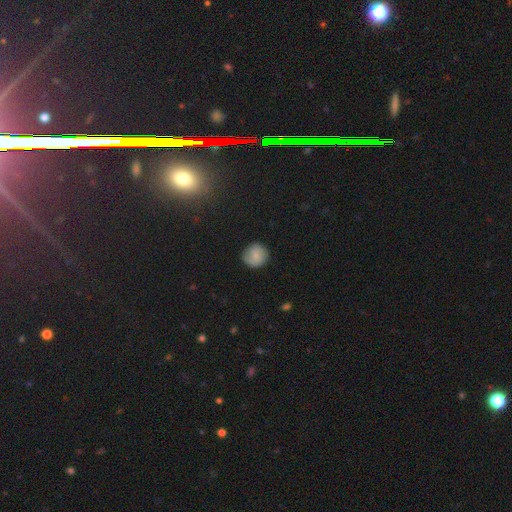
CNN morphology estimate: Overall: smooth (70%). How rounded: round (90%). Merging: none (79%).